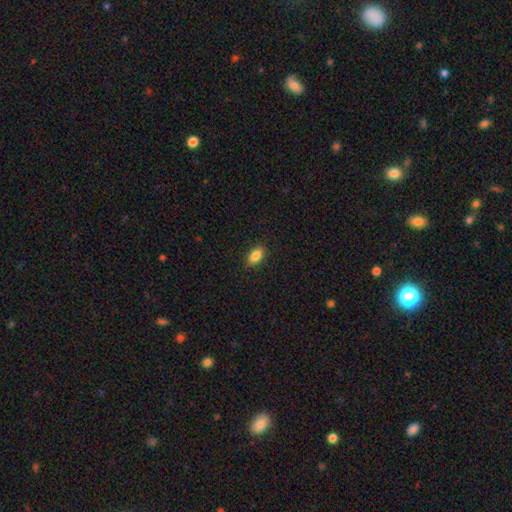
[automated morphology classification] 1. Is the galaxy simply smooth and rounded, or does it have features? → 86% smooth, 8% star or artifact, 6% featured or disk.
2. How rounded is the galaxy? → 89% in between, 6% round, 5% cigar-shaped.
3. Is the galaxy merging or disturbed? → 88% none, 9% minor disturbance, 2% major disturbance, 1% merger.